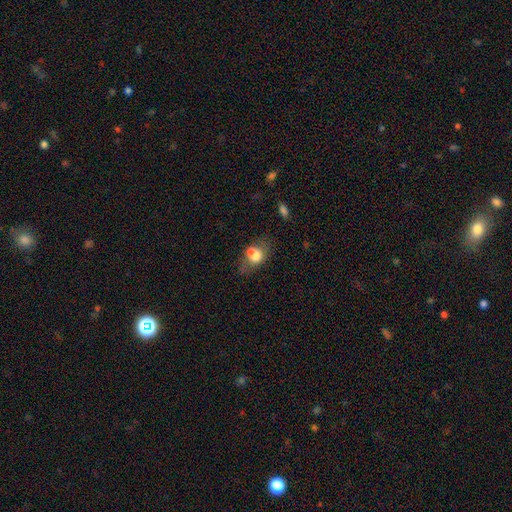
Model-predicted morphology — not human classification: smooth_or_featured: smooth (p=0.65) [alt: featured or disk p=0.24]
how_rounded: in between (p=0.70) [alt: round p=0.27]
merging: merger (p=0.41) [alt: none p=0.34]